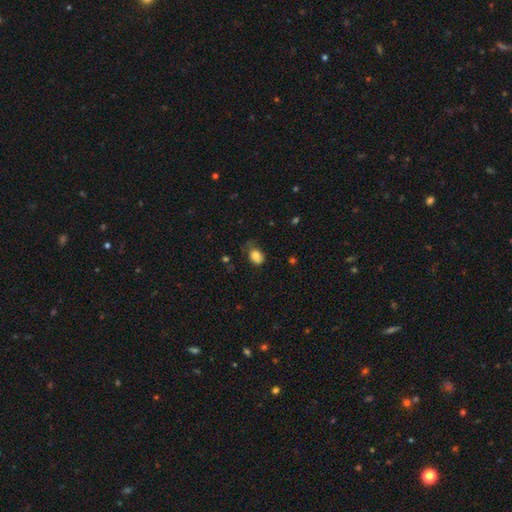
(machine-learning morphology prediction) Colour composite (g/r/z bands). It shows a smooth galaxy with no disk features (81%) that is in between round and cigar-shaped (69%). Merging: none (46%).